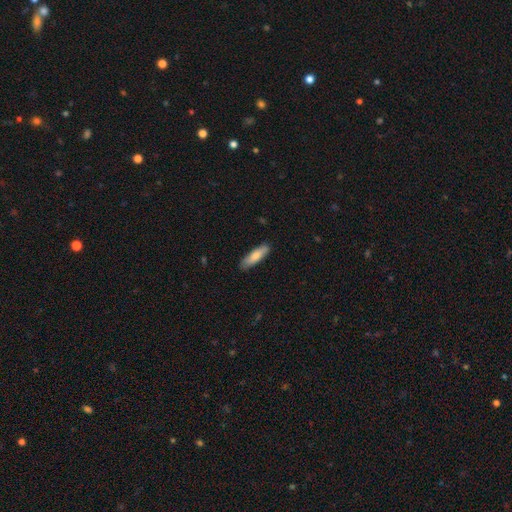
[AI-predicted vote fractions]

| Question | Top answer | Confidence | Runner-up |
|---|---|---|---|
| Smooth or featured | smooth | 77% | featured or disk (18%) |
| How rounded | cigar-shaped | 60% | in between (39%) |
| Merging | none | 84% | minor disturbance (13%) |